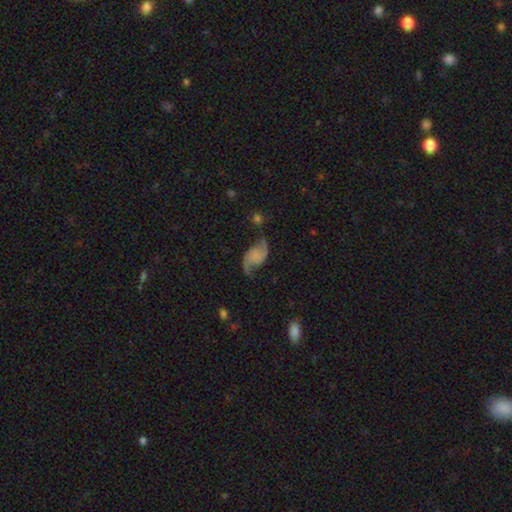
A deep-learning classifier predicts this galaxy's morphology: type=featured or disk (74%); edge-on=no (97%); bar=no (66%); spiral arms=yes (94%); winding=loose (75%); arm count=2 (91%); bulge=none (58%); merging=none (63%).